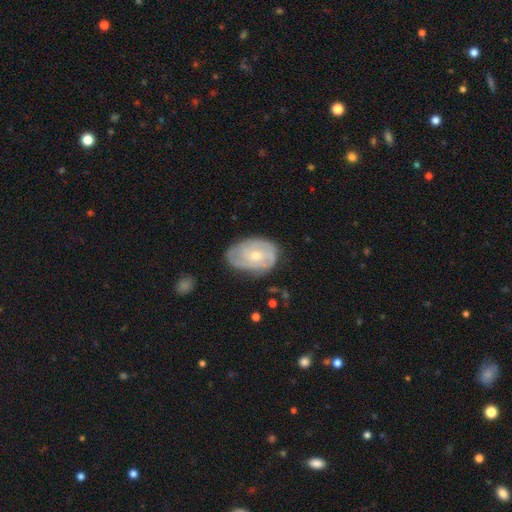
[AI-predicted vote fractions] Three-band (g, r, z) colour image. It shows a featured or disk galaxy (75%) with no bar (67%), tight (60%) spiral arms (90%) and a small central bulge (50%). Merging: none (67%).